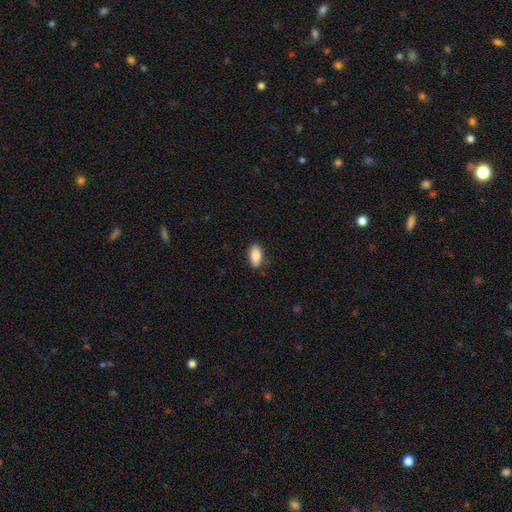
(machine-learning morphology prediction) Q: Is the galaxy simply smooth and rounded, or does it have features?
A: smooth — 86%.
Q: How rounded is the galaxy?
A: in between — 92%.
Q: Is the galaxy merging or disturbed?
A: none — 81%.